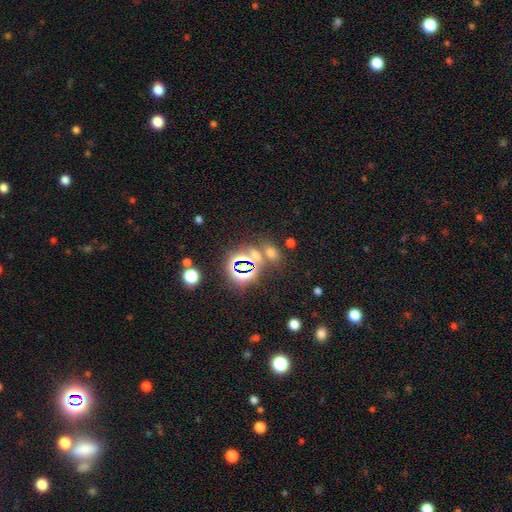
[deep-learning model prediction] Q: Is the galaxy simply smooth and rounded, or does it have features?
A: star or artifact — 49%.